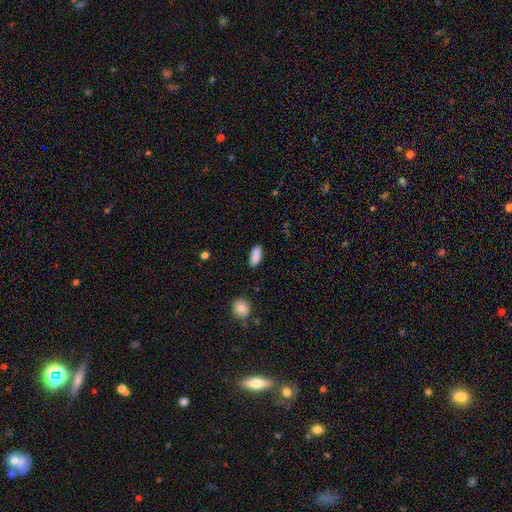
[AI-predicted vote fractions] smooth_or_featured: smooth (p=0.88) [alt: star or artifact p=0.08]
how_rounded: in between (p=0.82) [alt: cigar-shaped p=0.16]
merging: none (p=0.84) [alt: minor disturbance p=0.12]